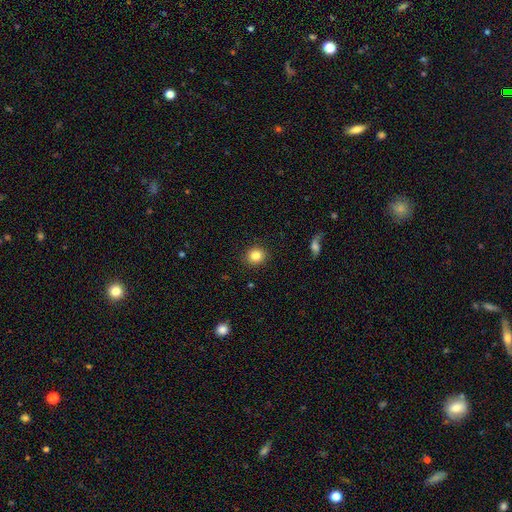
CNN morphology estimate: A smooth galaxy with no disk features (84%) that is round (84%).

Vote fractions:
- Smooth or featured? smooth: 84% / star or artifact: 10% / featured or disk: 6%
- How rounded? round: 84% / in between: 15% / cigar-shaped: 1%
- Merging? none: 91% / minor disturbance: 6% / major disturbance: 2% / merger: 1%